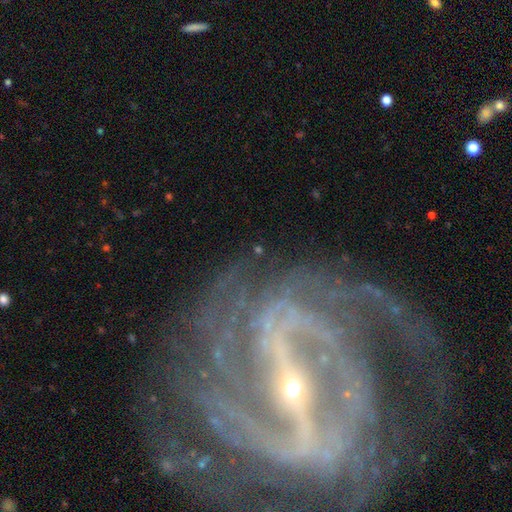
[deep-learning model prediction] smooth-or-featured: featured or disk: 87% | star or artifact: 8% | smooth: 5%
  disk-edge-on: no: 96% | yes: 4%
    bar: strong: 63% | weak: 22% | no: 15%
    has-spiral-arms: yes: 93% | no: 7%
      spiral-winding: tight: 43% | medium: 39% | loose: 18%
      spiral-arm-count: 2: 41% | can't tell: 18% | 3: 14% | 4: 10% | 1: 8% | more than 4: 8%
    bulge-size: small: 79% | moderate: 14% | none: 4% | large: 2% | dominant: 1%
  merging: none: 60% | major disturbance: 20% | minor disturbance: 17% | merger: 4%